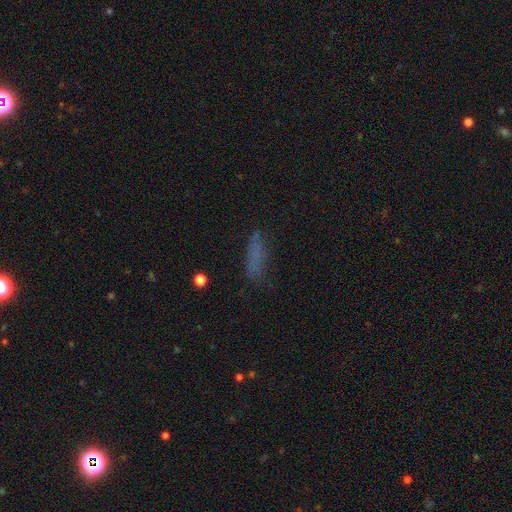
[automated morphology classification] smooth_or_featured: smooth (p=0.70) [alt: star or artifact p=0.15]
how_rounded: cigar-shaped (p=0.66) [alt: in between p=0.32]
merging: none (p=0.69) [alt: minor disturbance p=0.20]